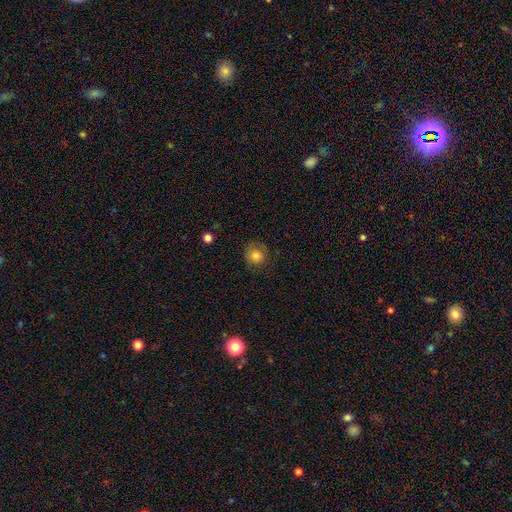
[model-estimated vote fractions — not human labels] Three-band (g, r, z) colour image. It shows a smooth galaxy with no disk features (79%) that is round (91%). Merging: none (79%).